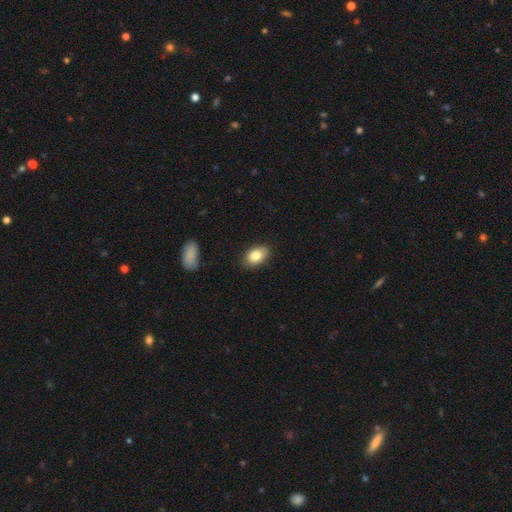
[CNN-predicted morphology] This is clearly a smooth galaxy (84%). How rounded: clearly in between (90%). Merging: clearly none (85%).